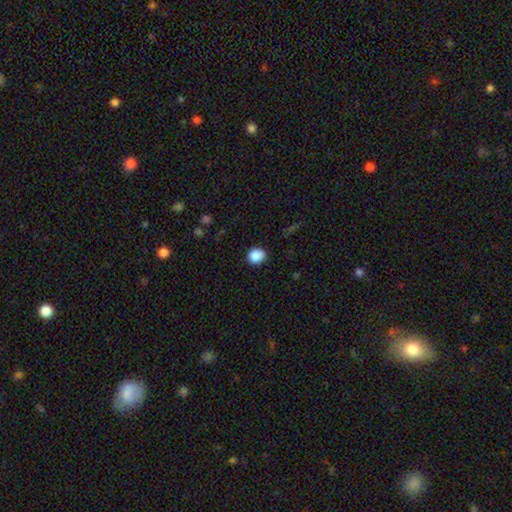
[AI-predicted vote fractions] smooth-or-featured: smooth: 88% | star or artifact: 9% | featured or disk: 3%
  how-rounded: round: 76% | in between: 23% | cigar-shaped: 1%
  merging: none: 84% | minor disturbance: 12% | major disturbance: 3% | merger: 1%